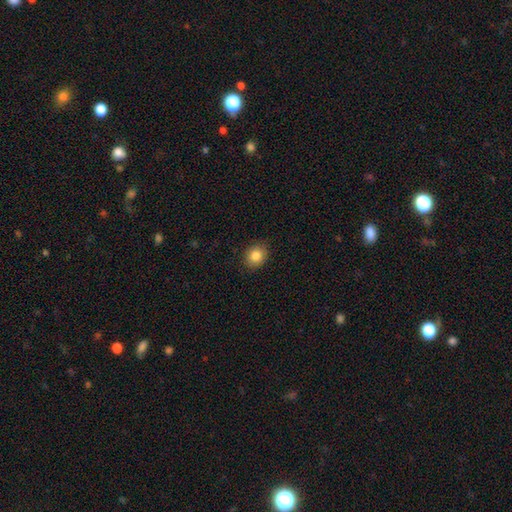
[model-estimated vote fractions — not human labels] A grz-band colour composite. It shows a smooth galaxy with no disk features (83%) that is round (64%). Merging: none (89%).